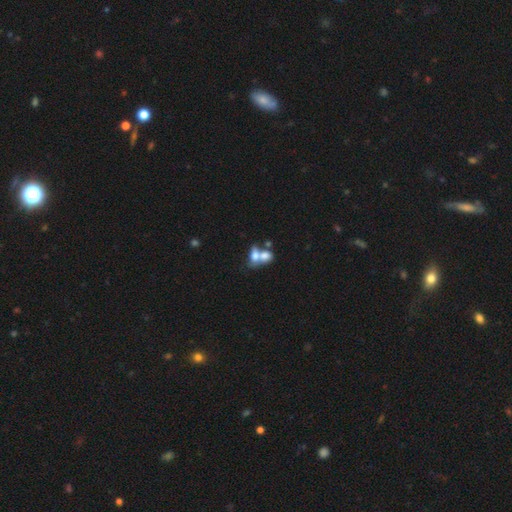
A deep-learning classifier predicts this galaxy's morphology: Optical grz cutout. It shows a smooth galaxy with no disk features (67%) that is in between round and cigar-shaped (73%). Merging: merger (68%).